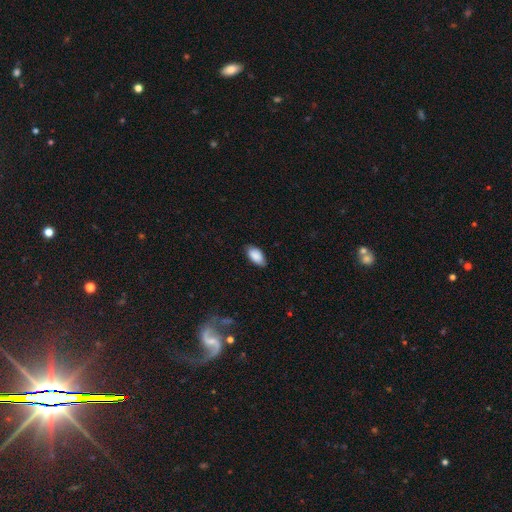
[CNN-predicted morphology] This appears to be a smooth galaxy with no disk features (89%) that is in between round and cigar-shaped (95%). Merging: none (81%).